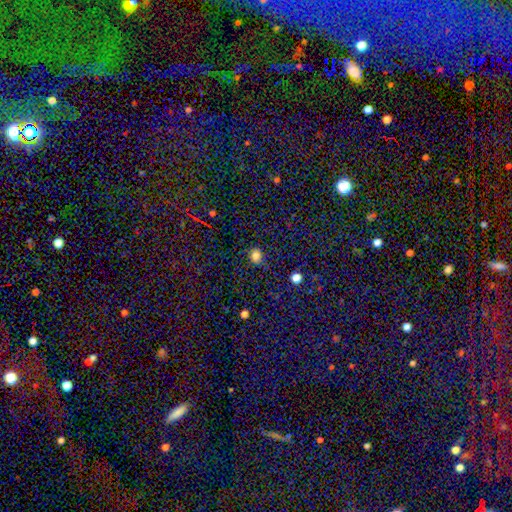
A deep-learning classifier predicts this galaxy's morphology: A smooth galaxy with no disk features (78%) that is round (65%).

Vote fractions:
- Smooth or featured? smooth: 78% / star or artifact: 16% / featured or disk: 6%
- How rounded? round: 65% / in between: 34% / cigar-shaped: 1%
- Merging? none: 78% / minor disturbance: 15% / major disturbance: 5% / merger: 2%